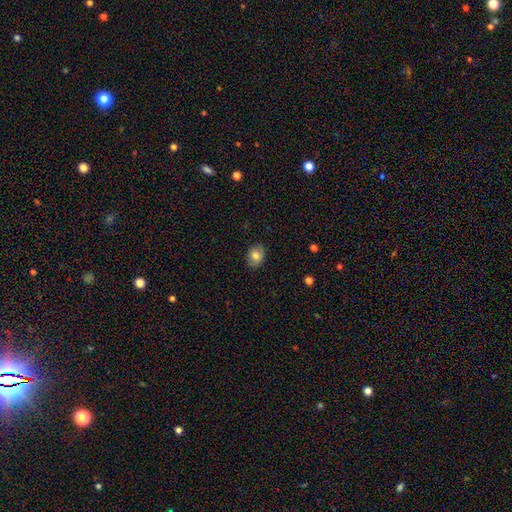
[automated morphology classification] smooth_or_featured: smooth (p=0.76) [alt: featured or disk p=0.15]
how_rounded: in between (p=0.64) [alt: round p=0.35]
merging: none (p=0.85) [alt: minor disturbance p=0.12]